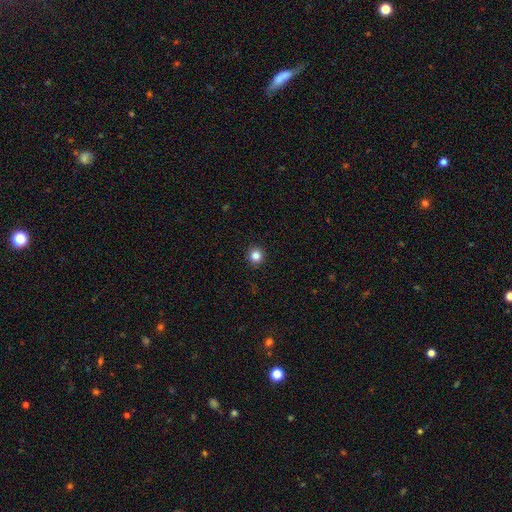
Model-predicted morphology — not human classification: This is clearly a smooth galaxy (84%). How rounded: clearly round (95%). Merging: clearly none (93%).